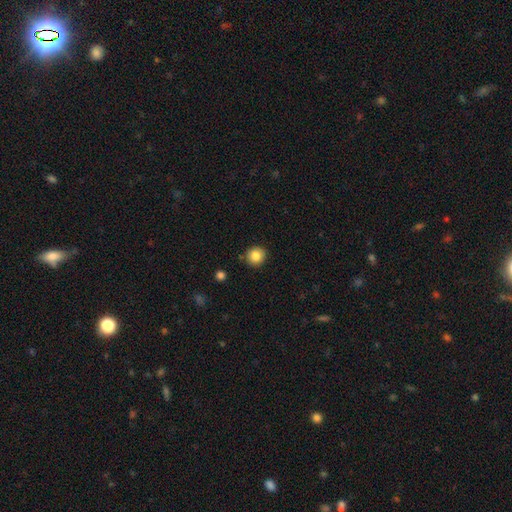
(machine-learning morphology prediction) This appears to be a smooth galaxy with no disk features (84%) that is round (90%). Merging: none (88%).